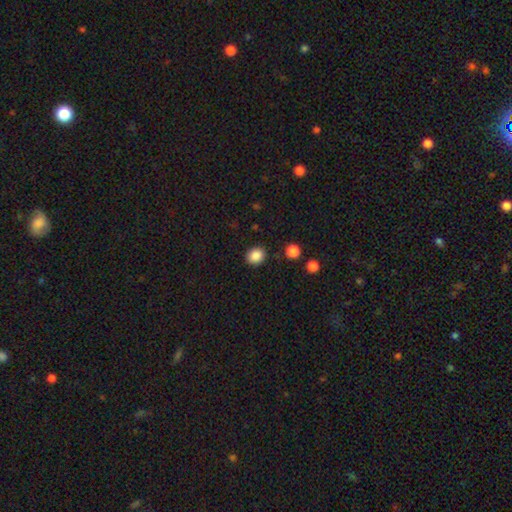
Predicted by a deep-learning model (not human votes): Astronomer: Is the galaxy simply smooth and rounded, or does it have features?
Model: smooth — 87%.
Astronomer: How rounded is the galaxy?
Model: round — 65%.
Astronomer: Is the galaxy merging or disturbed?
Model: none — 87%.